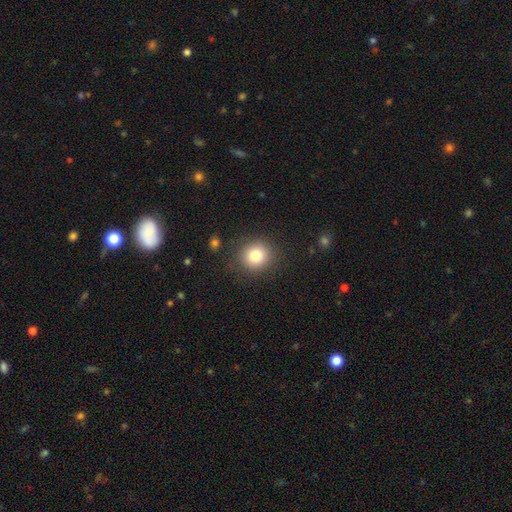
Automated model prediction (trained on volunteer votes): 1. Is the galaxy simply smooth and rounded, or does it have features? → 81% smooth, 11% star or artifact, 8% featured or disk.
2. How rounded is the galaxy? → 87% round, 12% in between, 1% cigar-shaped.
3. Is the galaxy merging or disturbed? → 87% none, 9% minor disturbance, 3% major disturbance, 2% merger.